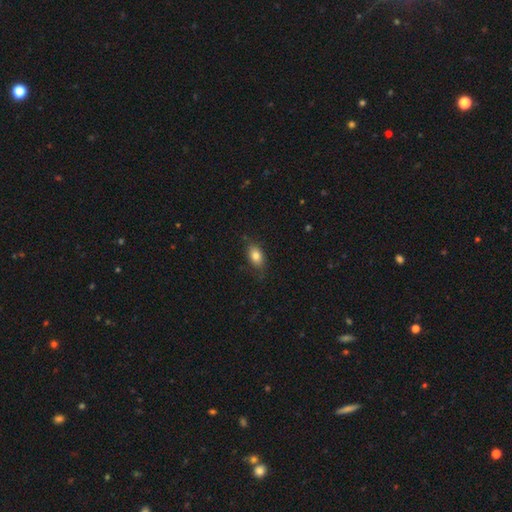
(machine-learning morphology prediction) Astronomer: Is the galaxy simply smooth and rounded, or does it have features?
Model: smooth — 81%.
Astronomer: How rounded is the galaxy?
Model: in between — 86%.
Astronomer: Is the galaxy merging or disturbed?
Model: none — 74%.